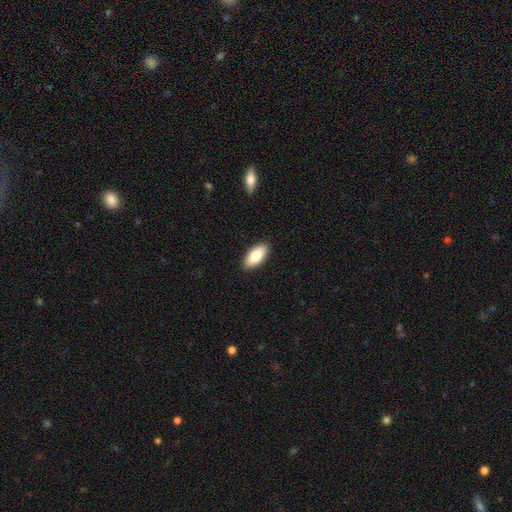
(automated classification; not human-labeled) Smooth or featured: smooth — 82% (featured or disk — 12%)
How rounded: in between — 89% (cigar-shaped — 9%)
Merging: none — 90% (minor disturbance — 7%)